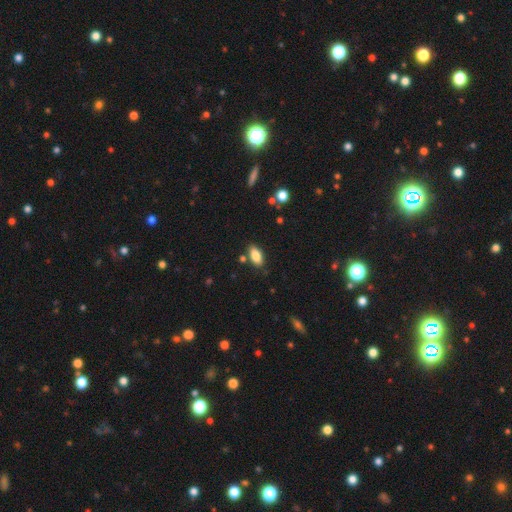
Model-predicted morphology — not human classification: This is clearly a smooth galaxy (85%). How rounded: clearly in between (89%). Merging: clearly none (82%).